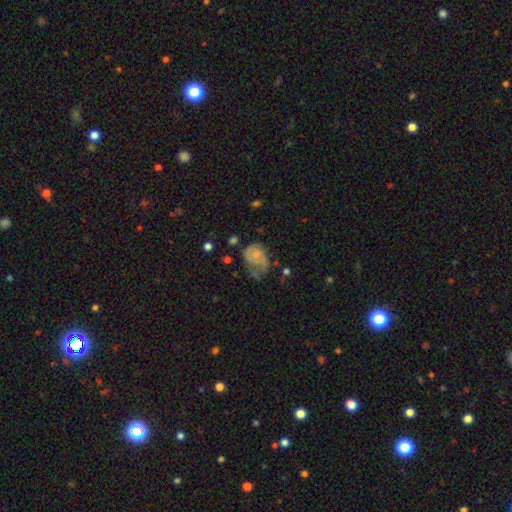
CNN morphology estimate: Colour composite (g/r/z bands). It shows a featured or disk galaxy (48%). Merging: major disturbance (43%).